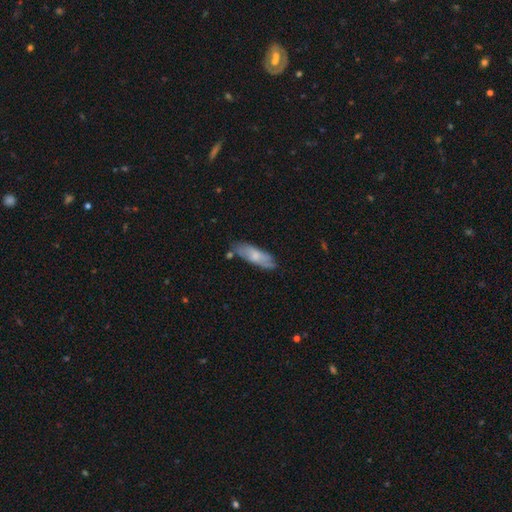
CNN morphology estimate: A smooth galaxy with no disk features (65%) that is in between round and cigar-shaped (57%). Merging: none (66%).